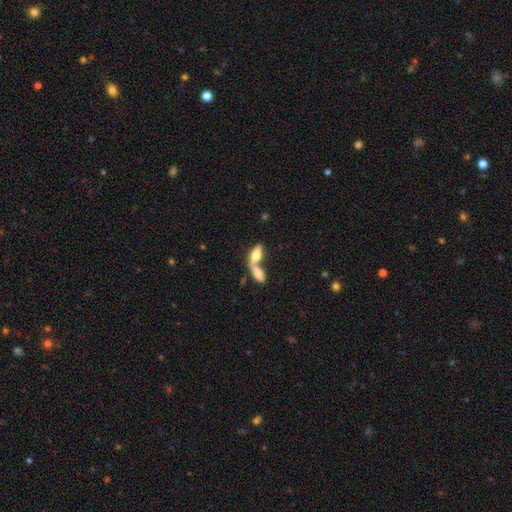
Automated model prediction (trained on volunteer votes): Morphology: type=smooth (67%); roundness=in between (75%); merging=merger (66%).